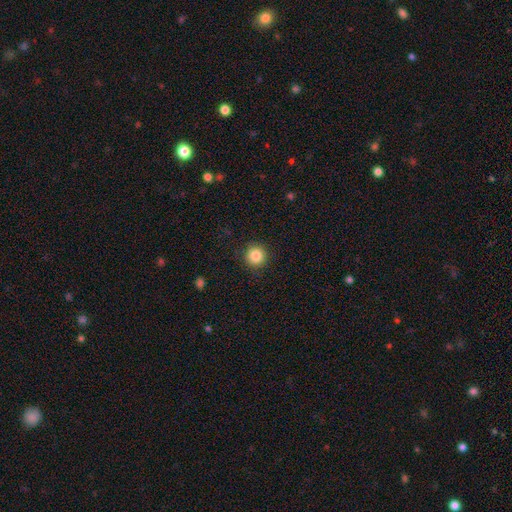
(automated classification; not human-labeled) A smooth galaxy with no disk features (86%) that is round (95%). Merging: none (91%).